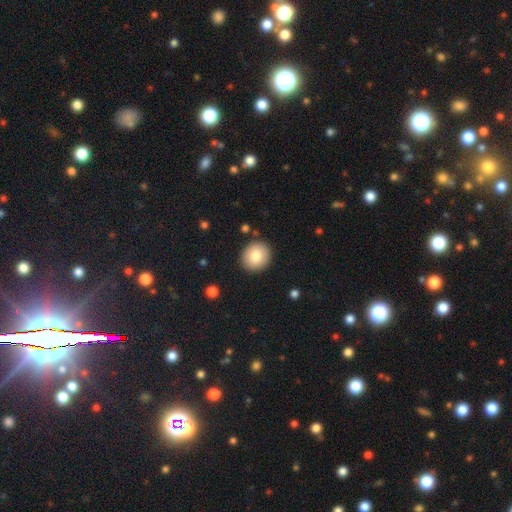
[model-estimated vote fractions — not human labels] The model was most divided on "how rounded": round: 79%, in between: 20%, cigar-shaped: 1%. More confident: merging — none (89%); smooth or featured — smooth (82%).